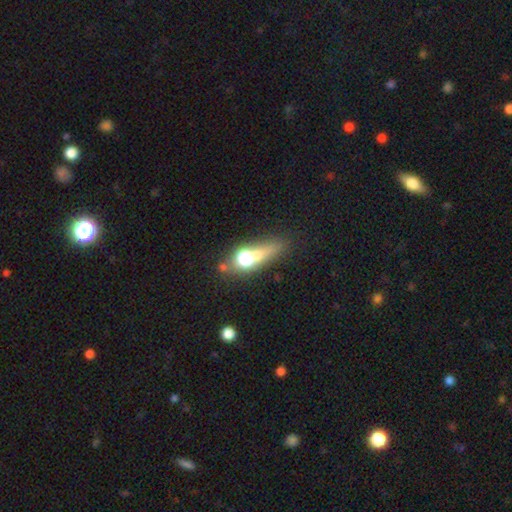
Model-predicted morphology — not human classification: Smooth or featured?
  - smooth: 48% *
  - featured or disk: 28%
  - star or artifact: 25%
Merging?
  - none: 53% *
  - merger: 22%
  - minor disturbance: 13%
  - major disturbance: 11%